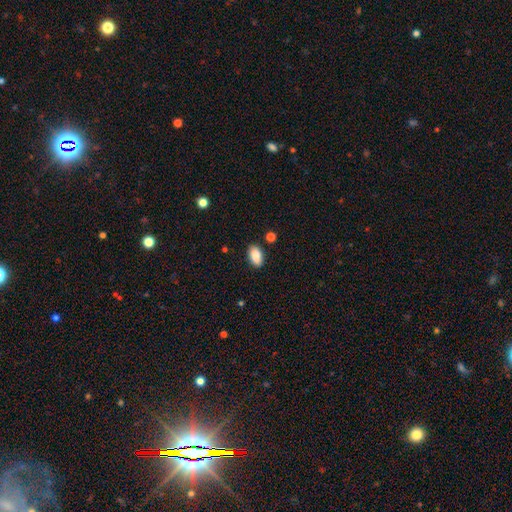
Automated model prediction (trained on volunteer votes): This is clearly a smooth galaxy (87%). How rounded: clearly in between (92%). Merging: clearly none (85%).